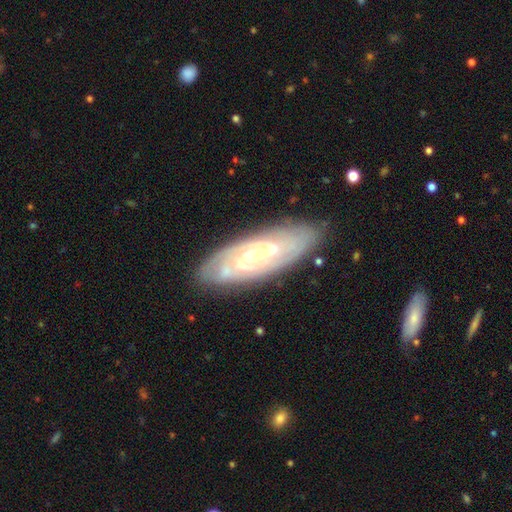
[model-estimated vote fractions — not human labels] Overall: featured or disk (79%). Edge-on disk: no (86%). Bar: no (43%; weak 41%). Spiral arms: yes (90%). Spiral arm count: can't tell (46%; 2 28%). Spiral winding: tight (69%). Bulge size: small (64%; moderate 29%). Merging: none (81%).